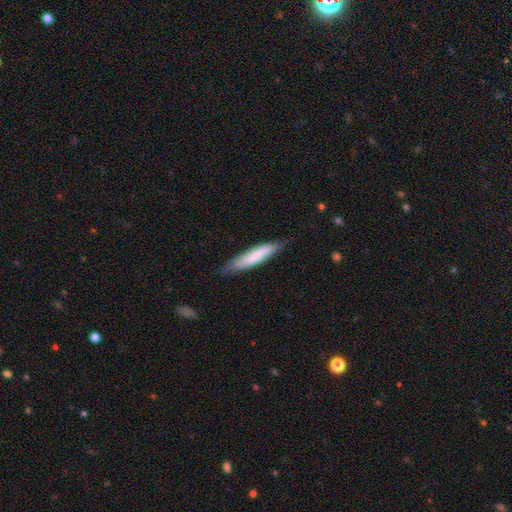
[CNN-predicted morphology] A smooth galaxy with no disk features (73%) that is cigar-shaped (86%).

Vote fractions:
- Smooth or featured? smooth: 73% / featured or disk: 21% / star or artifact: 5%
- How rounded? cigar-shaped: 86% / in between: 13% / round: 1%
- Merging? none: 77% / minor disturbance: 18% / major disturbance: 3% / merger: 1%